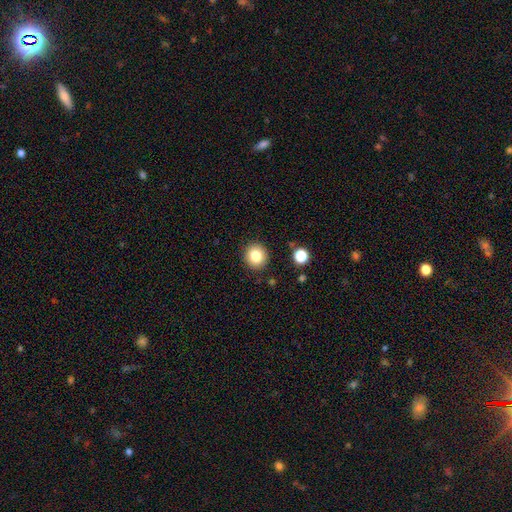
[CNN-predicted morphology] type=smooth (82%); roundness=round (89%); merging=none (89%).